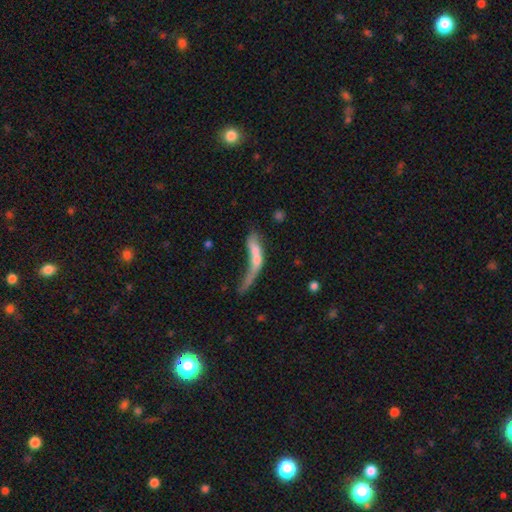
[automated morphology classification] Smooth or featured? smooth (45%, tied with featured or disk)
Merging? merger (40%)